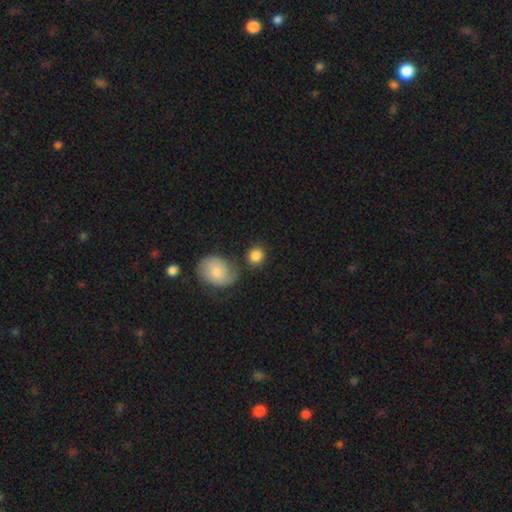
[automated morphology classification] A smooth galaxy with no disk features (86%) that is round (79%).

Vote fractions:
- Smooth or featured? smooth: 86% / star or artifact: 7% / featured or disk: 7%
- How rounded? round: 79% / in between: 19% / cigar-shaped: 1%
- Merging? none: 72% / minor disturbance: 12% / merger: 12% / major disturbance: 4%